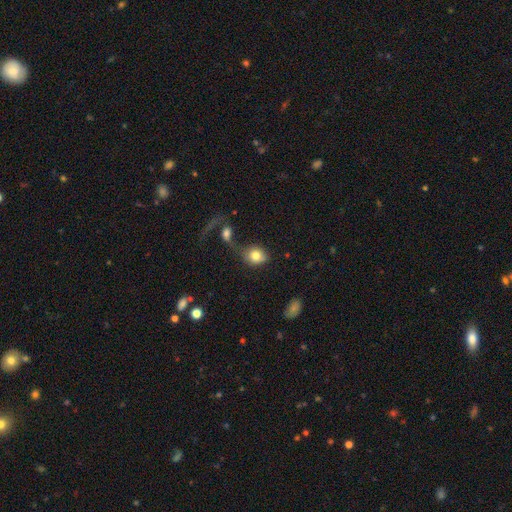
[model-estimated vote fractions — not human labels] smooth_or_featured: smooth (p=0.79) [alt: featured or disk p=0.13]
how_rounded: round (p=0.56) [alt: in between p=0.43]
merging: none (p=0.39) [alt: merger p=0.28]